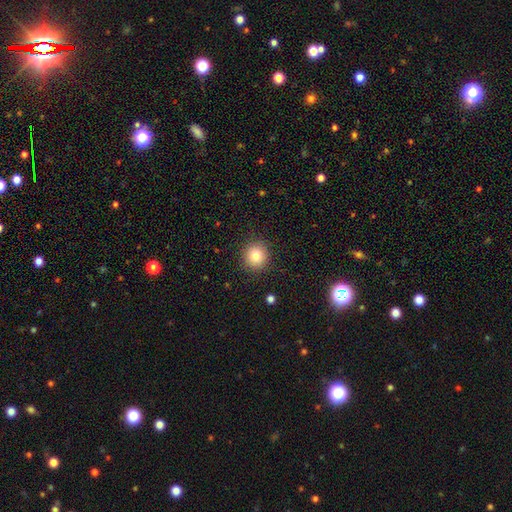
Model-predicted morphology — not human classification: smooth_or_featured: smooth (p=0.80) [alt: star or artifact p=0.11]
how_rounded: round (p=0.91) [alt: in between p=0.08]
merging: none (p=0.89) [alt: minor disturbance p=0.07]